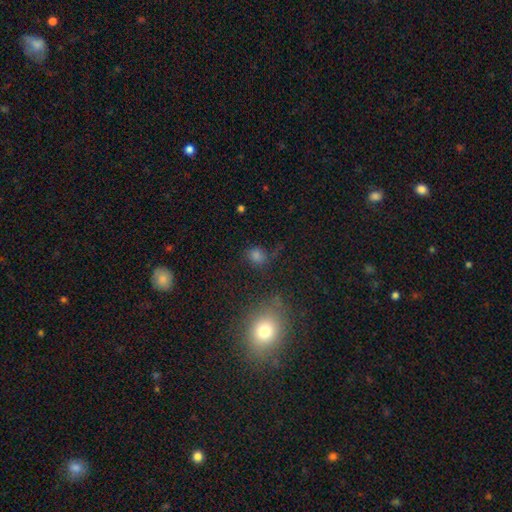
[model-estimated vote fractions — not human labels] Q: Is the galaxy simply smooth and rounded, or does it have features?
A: smooth — 68%.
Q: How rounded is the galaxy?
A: round — 65%.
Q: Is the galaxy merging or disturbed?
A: none — 69%.